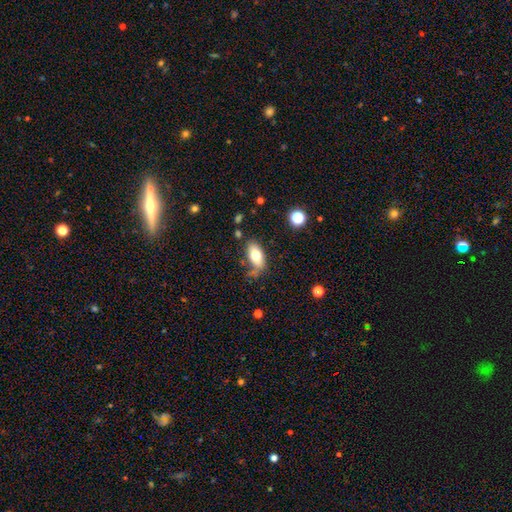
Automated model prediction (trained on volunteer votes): Q: Smooth or featured?
A: smooth (74%); runner-up: featured or disk (18%)
Q: How rounded?
A: in between (90%); runner-up: cigar-shaped (5%)
Q: Merging?
A: none (59%); runner-up: minor disturbance (24%)